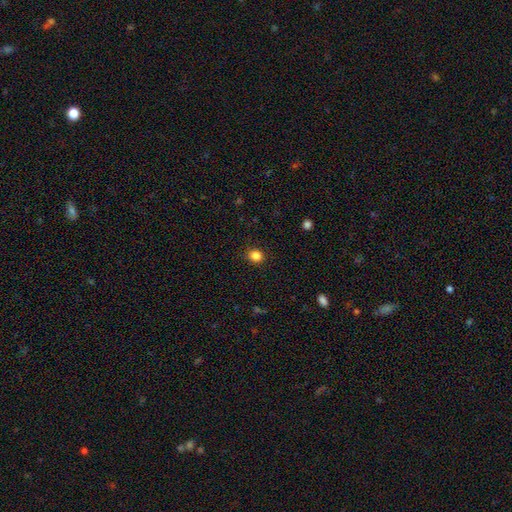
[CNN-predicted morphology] Q: Smooth or featured?
A: smooth (85%); runner-up: star or artifact (12%)
Q: How rounded?
A: round (73%); runner-up: in between (27%)
Q: Merging?
A: none (89%); runner-up: minor disturbance (7%)